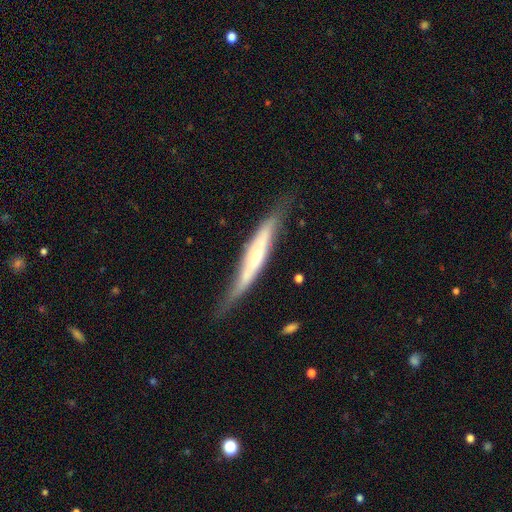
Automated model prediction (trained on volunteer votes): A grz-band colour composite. It shows a featured or disk galaxy (58%) viewed edge-on (80%). Merging: none (66%).